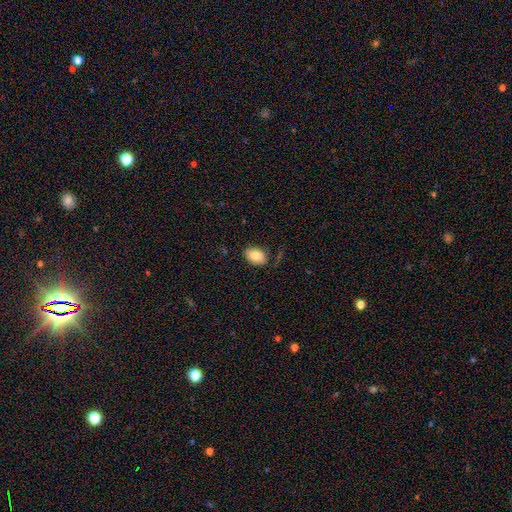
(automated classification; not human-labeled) A smooth galaxy with no disk features (83%) that is in between round and cigar-shaped (82%). Merging: none (74%).